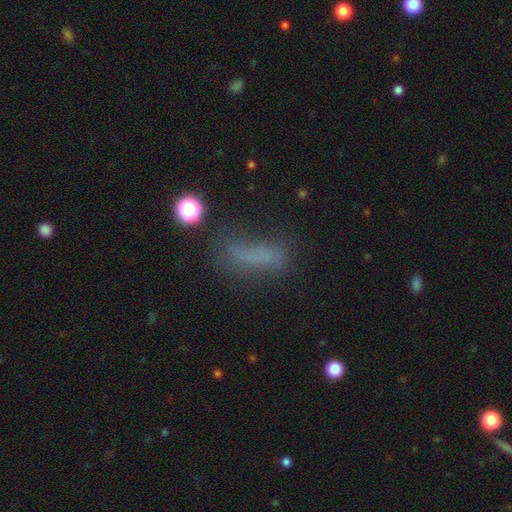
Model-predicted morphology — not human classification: Smooth or featured?
  - smooth: 61% *
  - featured or disk: 20%
  - star or artifact: 19%
How rounded?
  - cigar-shaped: 59% *
  - in between: 36%
  - round: 5%
Merging?
  - none: 55% *
  - minor disturbance: 23%
  - major disturbance: 17%
  - merger: 5%